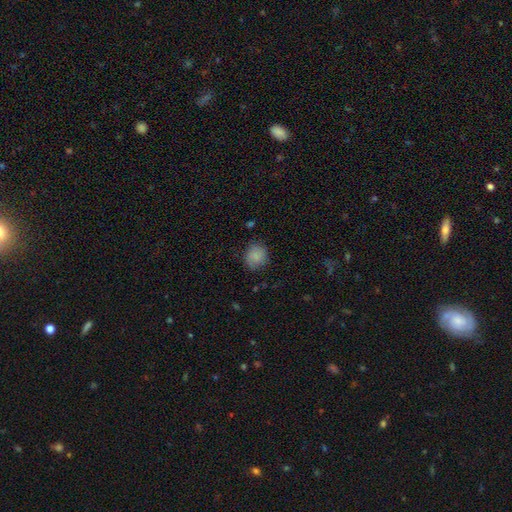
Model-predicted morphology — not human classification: The model was most divided on "how rounded": round: 77%, in between: 22%, cigar-shaped: 1%. More confident: smooth or featured — smooth (84%); merging — none (78%).